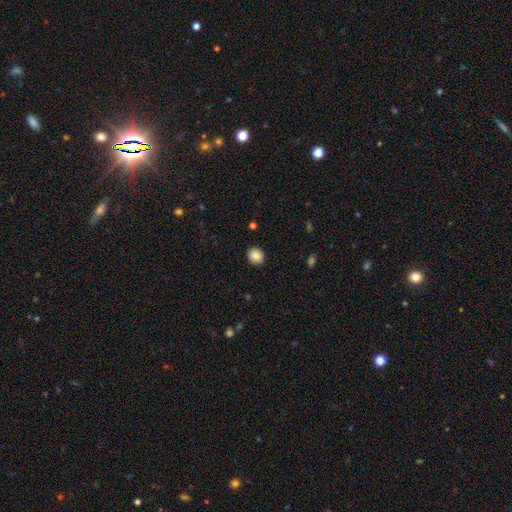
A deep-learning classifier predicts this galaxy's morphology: smooth 86%, star or artifact 9%, featured or disk 5%. Down the decision tree: how rounded — round (77%); merging — none (91%).